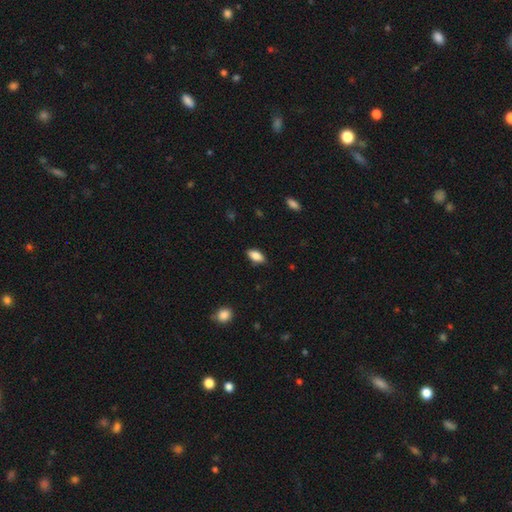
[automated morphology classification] A smooth galaxy with no disk features (84%) that is in between round and cigar-shaped (88%).

Vote fractions:
- Smooth or featured? smooth: 84% / featured or disk: 9% / star or artifact: 7%
- How rounded? in between: 88% / cigar-shaped: 8% / round: 3%
- Merging? none: 85% / minor disturbance: 12% / major disturbance: 2% / merger: 1%